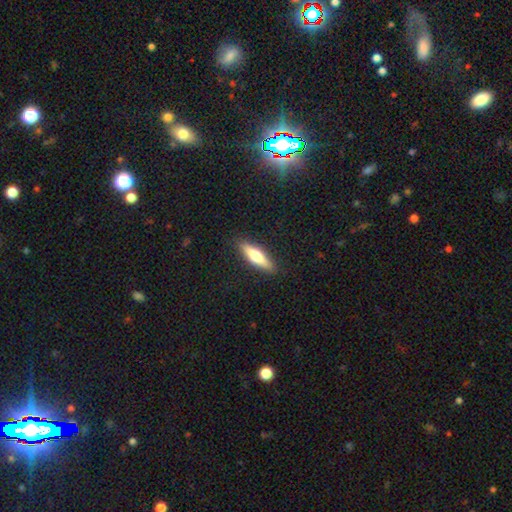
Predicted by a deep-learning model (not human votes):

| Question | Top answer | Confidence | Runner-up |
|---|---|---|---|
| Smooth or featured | smooth | 53% | featured or disk (42%) |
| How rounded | cigar-shaped | 69% | in between (29%) |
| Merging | none | 89% | minor disturbance (8%) |